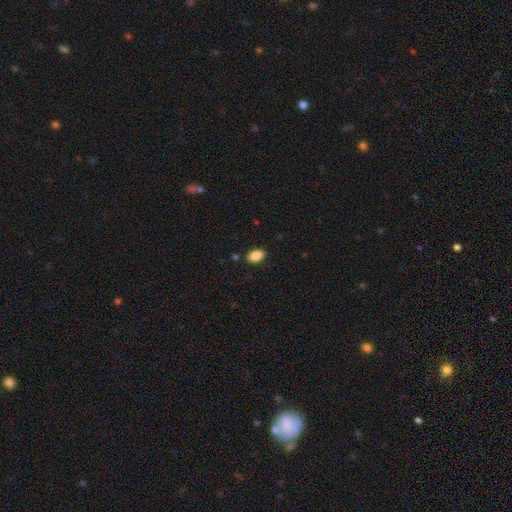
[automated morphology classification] Smooth or featured?
  - smooth: 87% *
  - star or artifact: 8%
  - featured or disk: 5%
How rounded?
  - in between: 89% *
  - round: 9%
  - cigar-shaped: 2%
Merging?
  - none: 87% *
  - minor disturbance: 9%
  - major disturbance: 2%
  - merger: 2%